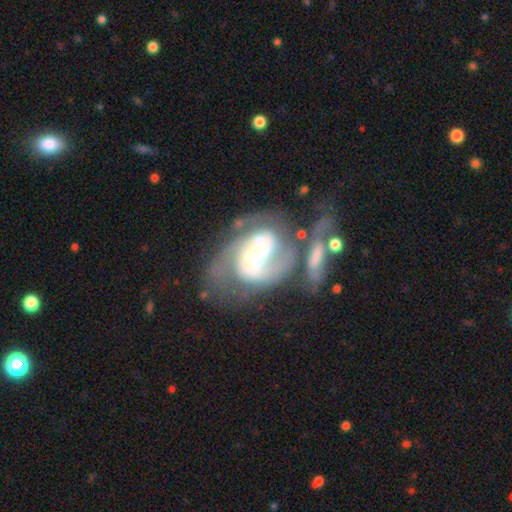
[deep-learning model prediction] Smooth or featured?
  - featured or disk: 85% *
  - smooth: 9%
  - star or artifact: 6%
Edge-on disk?
  - no: 97% *
  - yes: 3%
Bar?
  - no: 41% *
  - weak: 40%
  - strong: 19%
Spiral arms?
  - yes: 94% *
  - no: 6%
Spiral winding?
  - medium: 46% *
  - tight: 37%
  - loose: 16%
Spiral arm count?
  - 2: 70% *
  - can't tell: 12%
  - 3: 8%
  - 1: 6%
  - 4: 2%
  - more than 4: 2%
Bulge size?
  - moderate: 61% *
  - small: 25%
  - large: 10%
  - none: 2%
  - dominant: 1%
Merging?
  - merger: 36% *
  - none: 32%
  - major disturbance: 17%
  - minor disturbance: 15%